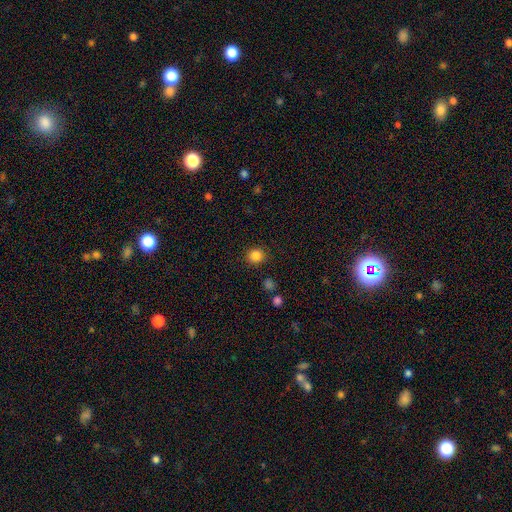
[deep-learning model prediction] smooth 86%, star or artifact 11%, featured or disk 3%. Down the decision tree: how rounded — round (89%); merging — none (89%).